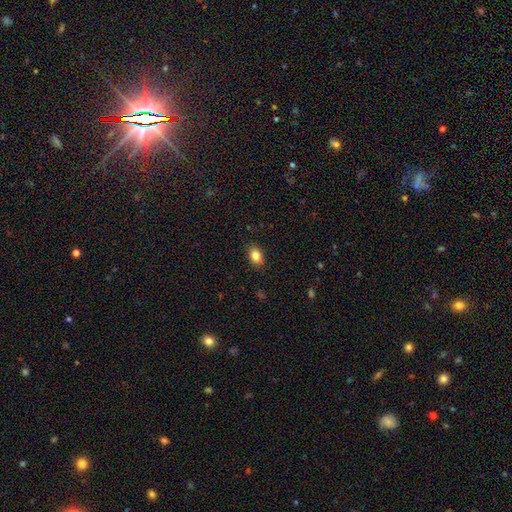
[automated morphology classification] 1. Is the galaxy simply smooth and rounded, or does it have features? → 83% smooth, 10% star or artifact, 7% featured or disk.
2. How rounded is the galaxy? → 76% in between, 22% round, 2% cigar-shaped.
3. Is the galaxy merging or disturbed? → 86% none, 11% minor disturbance, 2% major disturbance, 1% merger.